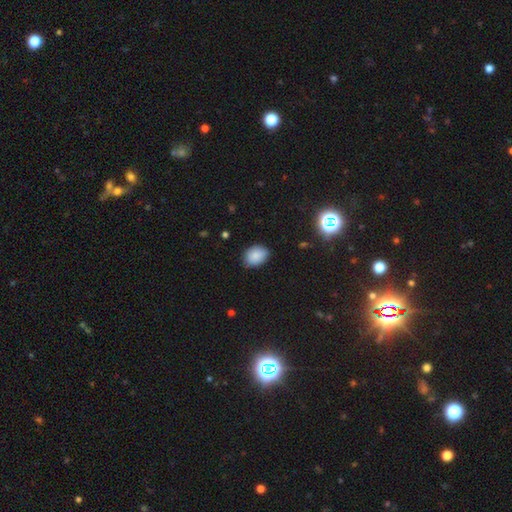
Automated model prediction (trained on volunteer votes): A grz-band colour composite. It shows a smooth galaxy with no disk features (86%) that is in between round and cigar-shaped (68%). Merging: none (78%).